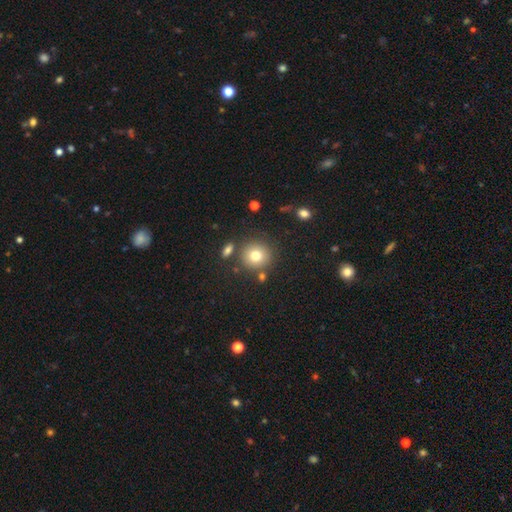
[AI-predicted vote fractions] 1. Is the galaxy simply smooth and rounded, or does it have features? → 78% smooth, 12% star or artifact, 11% featured or disk.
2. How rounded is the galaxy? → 91% round, 8% in between, 1% cigar-shaped.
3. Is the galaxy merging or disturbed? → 80% none, 9% minor disturbance, 8% merger, 3% major disturbance.